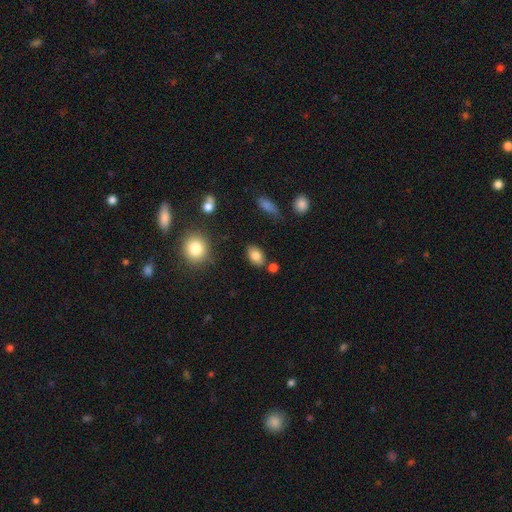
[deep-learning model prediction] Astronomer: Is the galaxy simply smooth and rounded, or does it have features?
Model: smooth — 82%.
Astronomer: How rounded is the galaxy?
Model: in between — 86%.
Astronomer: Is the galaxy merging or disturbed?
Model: none — 79%.